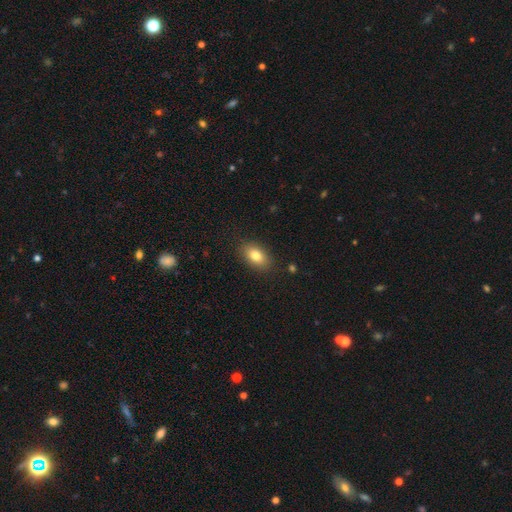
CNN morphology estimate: smooth 82%, featured or disk 10%, star or artifact 8%. Down the decision tree: how rounded — in between (88%); merging — none (86%).